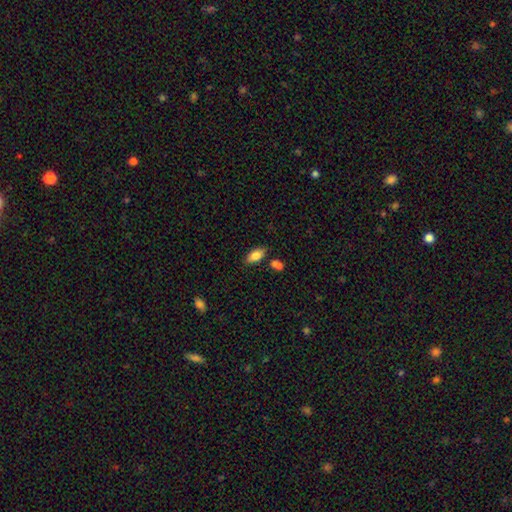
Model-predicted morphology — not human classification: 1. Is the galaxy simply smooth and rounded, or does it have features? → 78% smooth, 15% featured or disk, 8% star or artifact.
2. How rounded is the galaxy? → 88% in between, 9% cigar-shaped, 4% round.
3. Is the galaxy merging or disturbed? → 74% none, 14% minor disturbance, 9% merger, 3% major disturbance.